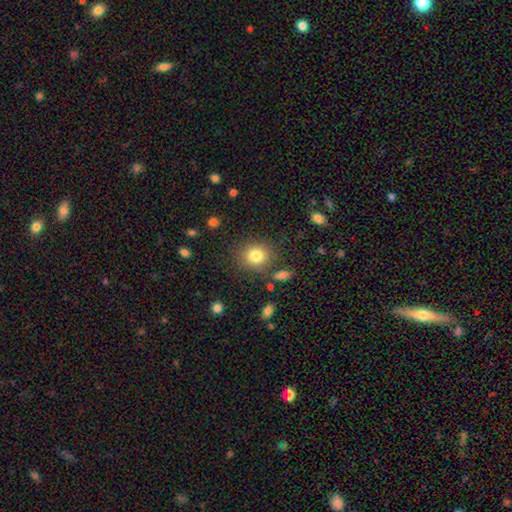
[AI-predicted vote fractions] This appears to be a smooth galaxy with no disk features (81%) that is round (77%). Merging: none (81%).